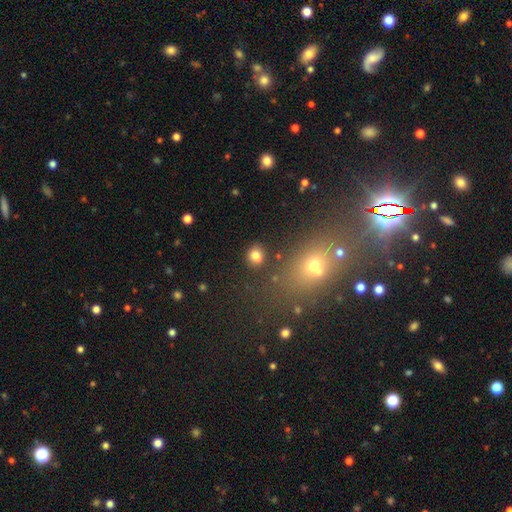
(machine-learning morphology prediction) A smooth galaxy with no disk features (80%) that is round (70%).

Vote fractions:
- Smooth or featured? smooth: 80% / star or artifact: 13% / featured or disk: 7%
- How rounded? round: 70% / in between: 29% / cigar-shaped: 1%
- Merging? none: 81% / minor disturbance: 9% / merger: 6% / major disturbance: 4%